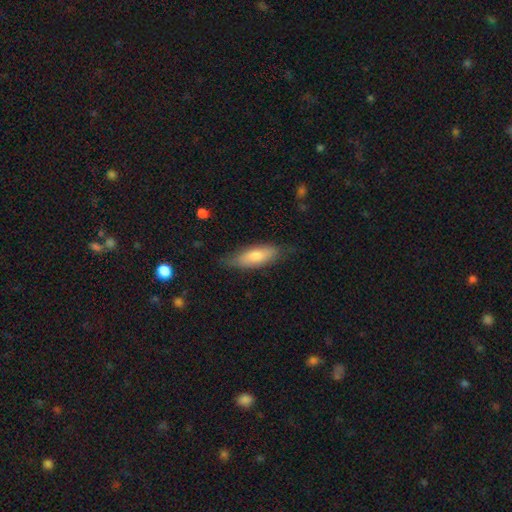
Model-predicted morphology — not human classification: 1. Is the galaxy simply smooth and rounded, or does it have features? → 68% smooth, 26% featured or disk, 7% star or artifact.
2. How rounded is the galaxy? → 57% in between, 41% cigar-shaped, 2% round.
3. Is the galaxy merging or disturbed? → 73% none, 21% minor disturbance, 4% major disturbance, 1% merger.